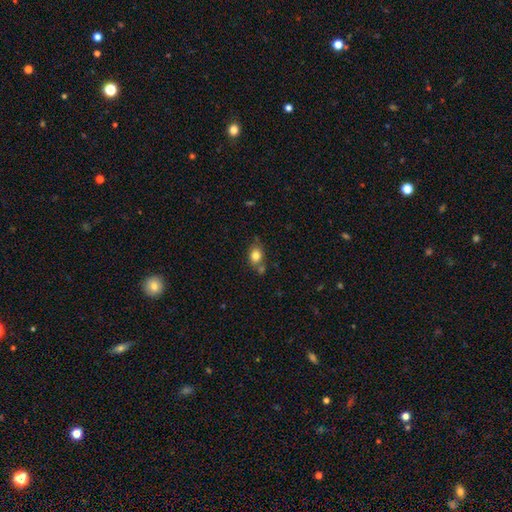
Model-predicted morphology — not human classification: This is clearly a smooth galaxy (81%). How rounded: likely in between (61%). Merging: likely none (60%).